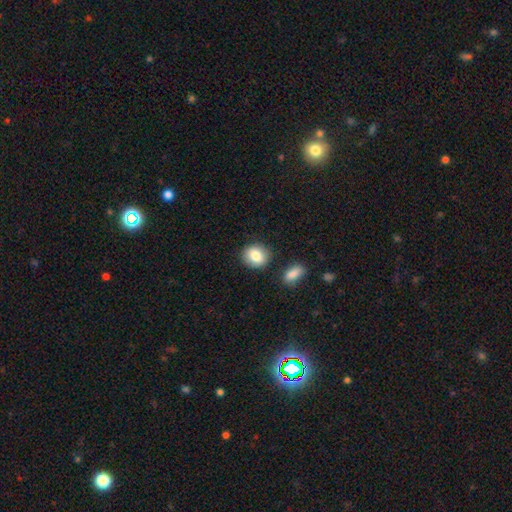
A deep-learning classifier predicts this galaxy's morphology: Q: Smooth or featured?
A: smooth (84%); runner-up: featured or disk (9%)
Q: How rounded?
A: round (65%); runner-up: in between (34%)
Q: Merging?
A: none (81%); runner-up: minor disturbance (10%)